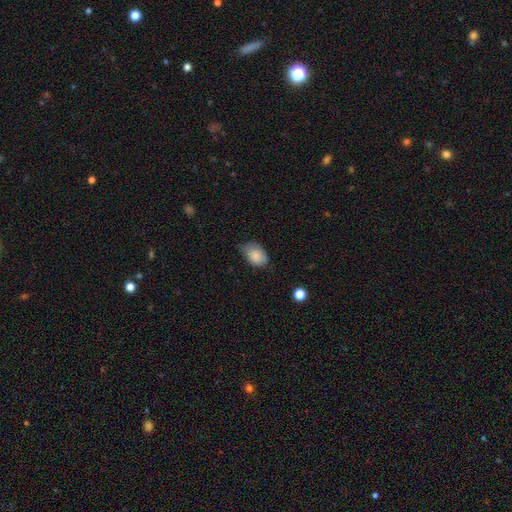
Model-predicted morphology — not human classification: Q: Smooth or featured?
A: smooth (83%); runner-up: featured or disk (9%)
Q: How rounded?
A: in between (79%); runner-up: round (20%)
Q: Merging?
A: none (52%); runner-up: minor disturbance (39%)